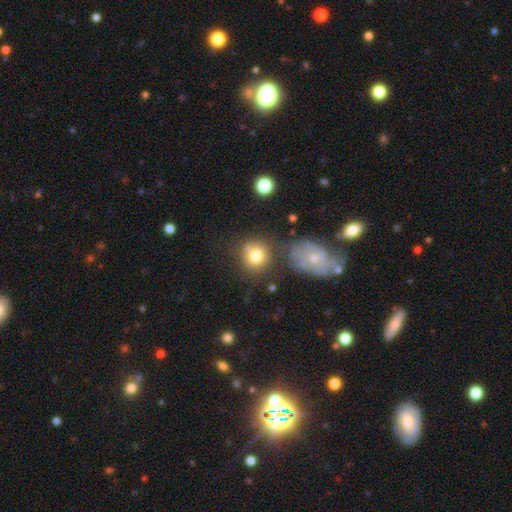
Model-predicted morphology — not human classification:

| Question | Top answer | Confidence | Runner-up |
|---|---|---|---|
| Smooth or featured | smooth | 77% | featured or disk (13%) |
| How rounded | round | 85% | in between (14%) |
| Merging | none | 64% | merger (15%) |